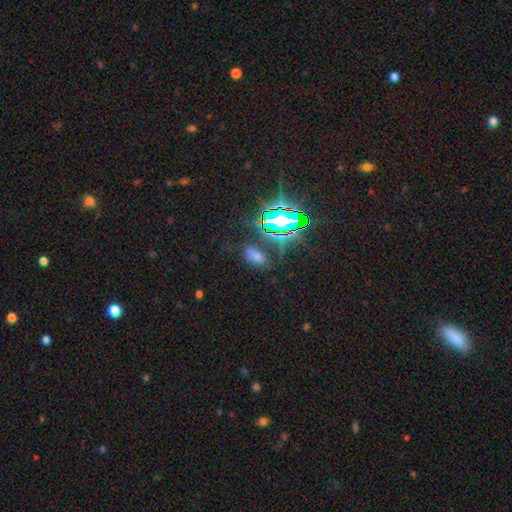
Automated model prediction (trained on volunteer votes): Morphology: type=smooth (47%); merging=none (69%).